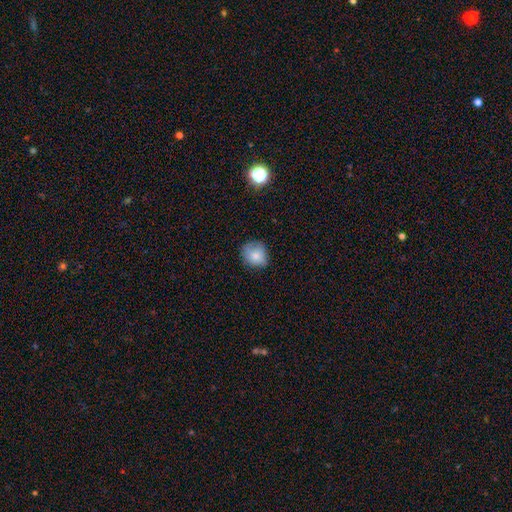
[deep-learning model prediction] Overall: smooth (80%). How rounded: round (74%). Merging: none (70%).